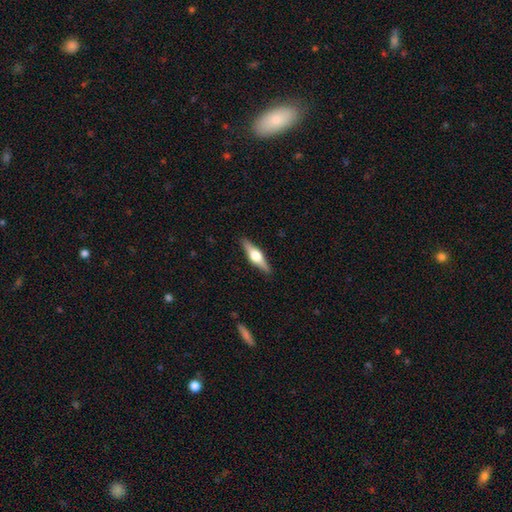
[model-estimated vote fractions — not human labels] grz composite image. It shows a featured or disk galaxy (66%) viewed edge-on (97%) with a rounded central bulge (95%). Merging: none (91%).